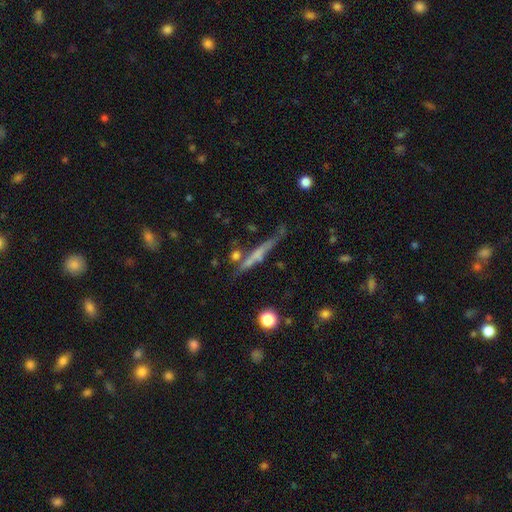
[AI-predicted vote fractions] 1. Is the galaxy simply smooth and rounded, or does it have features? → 52% featured or disk, 38% smooth, 9% star or artifact.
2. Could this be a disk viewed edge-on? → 93% yes, 7% no.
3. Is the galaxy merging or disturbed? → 68% none, 18% minor disturbance, 9% merger, 6% major disturbance.